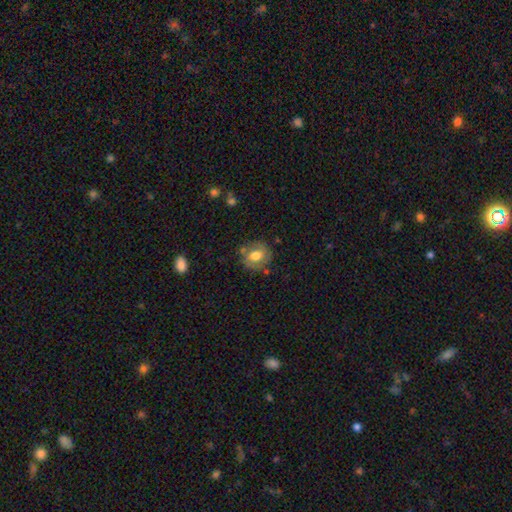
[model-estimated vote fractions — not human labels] Q: Smooth or featured?
A: smooth (50%); runner-up: featured or disk (43%)
Q: Merging?
A: none (70%); runner-up: minor disturbance (19%)